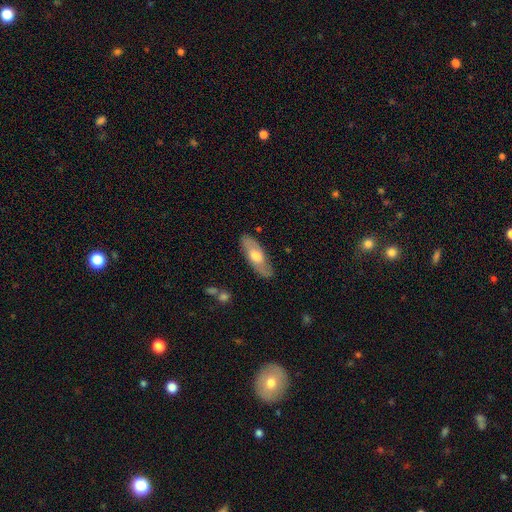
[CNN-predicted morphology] smooth-or-featured: smooth: 48% | featured or disk: 46% | star or artifact: 6%
  merging: none: 83% | minor disturbance: 13% | major disturbance: 3% | merger: 1%